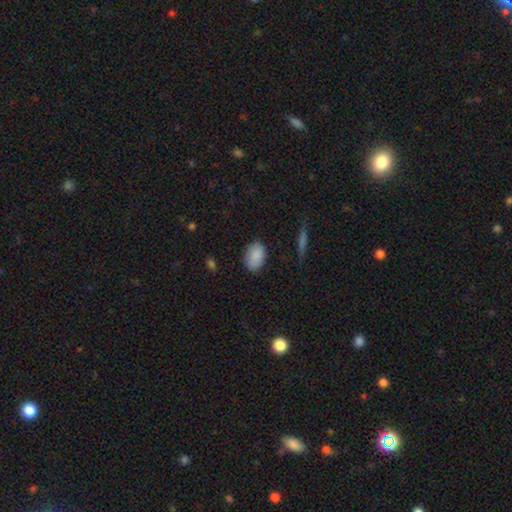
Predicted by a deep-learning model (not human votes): smooth-or-featured: smooth: 88% | star or artifact: 7% | featured or disk: 5%
  how-rounded: in between: 87% | round: 12% | cigar-shaped: 1%
  merging: none: 81% | minor disturbance: 14% | major disturbance: 3% | merger: 2%